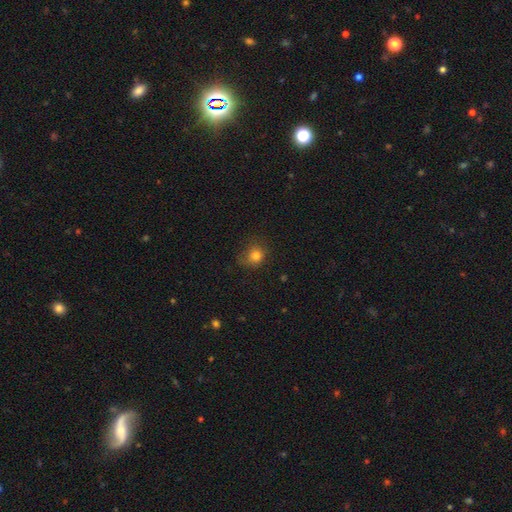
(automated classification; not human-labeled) smooth-or-featured: smooth: 80% | star or artifact: 13% | featured or disk: 8%
  how-rounded: round: 77% | in between: 22% | cigar-shaped: 1%
  merging: none: 64% | minor disturbance: 25% | major disturbance: 10% | merger: 2%